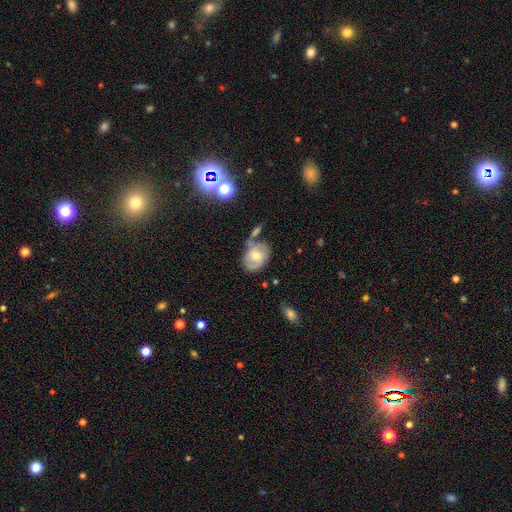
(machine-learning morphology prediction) Overall: featured or disk (55%; smooth 37%). Edge-on disk: no (95%). Bar: no (61%; weak 31%). Spiral arms: yes (72%). Bulge size: moderate (63%; small 31%). Merging: none (49%; minor disturbance 23%).